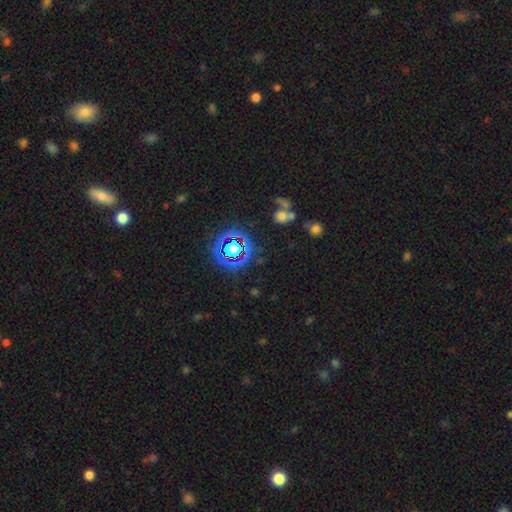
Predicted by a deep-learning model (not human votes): A star or artifact, not a galaxy (67%).

Vote fractions:
- Smooth or featured? star or artifact: 67% / smooth: 21% / featured or disk: 11%